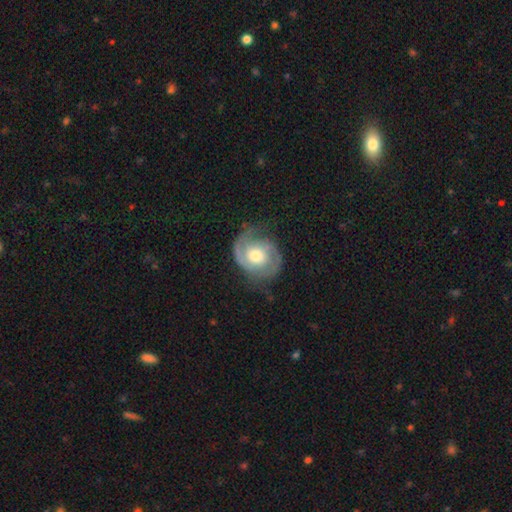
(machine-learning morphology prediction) Q: Smooth or featured?
A: featured or disk (84%); runner-up: smooth (11%)
Q: Edge-on disk?
A: no (98%); runner-up: yes (2%)
Q: Bar?
A: no (70%); runner-up: weak (25%)
Q: Spiral arms?
A: yes (95%); runner-up: no (5%)
Q: Spiral winding?
A: tight (45%); runner-up: medium (42%)
Q: Spiral arm count?
A: 2 (85%); runner-up: can't tell (5%)
Q: Bulge size?
A: moderate (68%); runner-up: large (16%)
Q: Merging?
A: none (69%); runner-up: minor disturbance (20%)